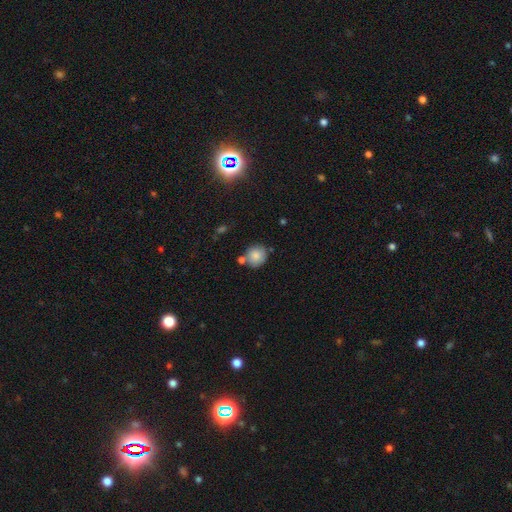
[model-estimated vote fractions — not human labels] smooth 83%, star or artifact 9%, featured or disk 8%. Down the decision tree: how rounded — round (84%); merging — none (67%).